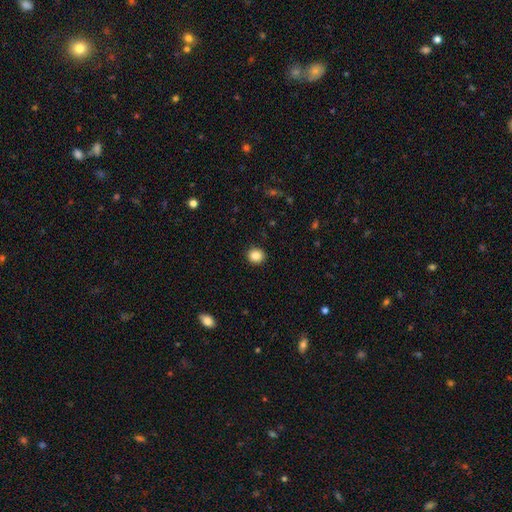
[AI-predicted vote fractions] A smooth galaxy with no disk features (87%) that is round (82%). Merging: none (91%).